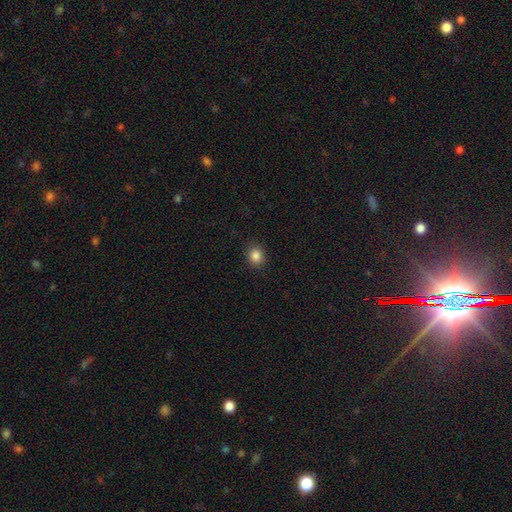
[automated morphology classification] smooth_or_featured: smooth (p=0.85) [alt: star or artifact p=0.11]
how_rounded: round (p=0.69) [alt: in between p=0.30]
merging: none (p=0.90) [alt: minor disturbance p=0.07]